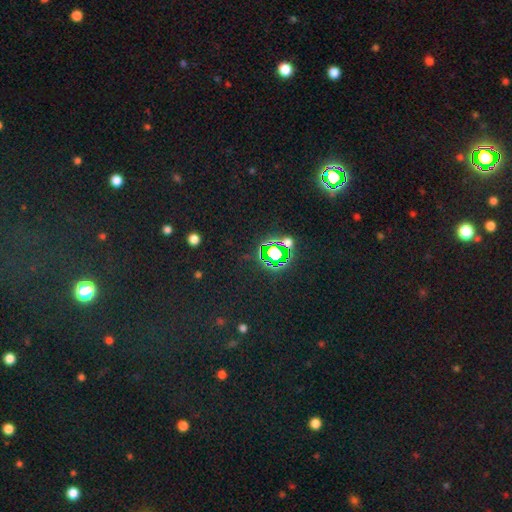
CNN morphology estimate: Smooth or featured: star or artifact — 75% (smooth — 17%)